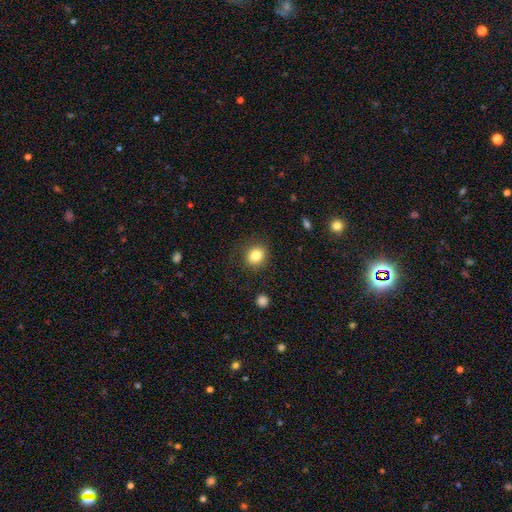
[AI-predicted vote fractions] Smooth or featured: smooth — 82% (star or artifact — 11%)
How rounded: round — 83% (in between — 16%)
Merging: none — 85% (minor disturbance — 9%)